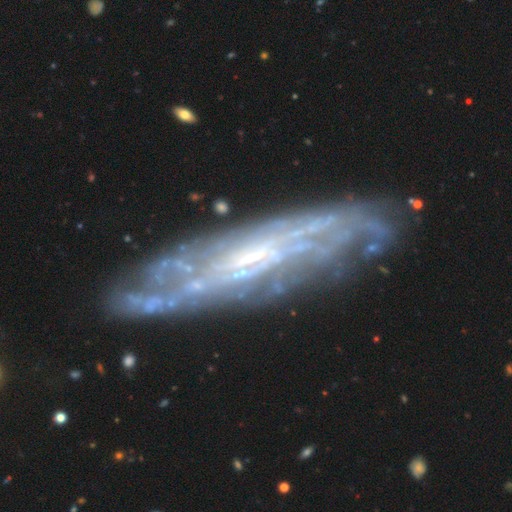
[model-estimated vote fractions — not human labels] A featured or disk galaxy (82%) with no bar (48%), spiral arms (85%) and a small central bulge (68%).

Vote fractions:
- Smooth or featured? featured or disk: 82% / smooth: 11% / star or artifact: 7%
- Edge-on disk? no: 67% / yes: 33%
- Bar? no: 48% / weak: 36% / strong: 16%
- Spiral arms? yes: 85% / no: 15%
- Bulge size? small: 68% / moderate: 18% / none: 11% / large: 2% / dominant: 1%
- Merging? none: 75% / minor disturbance: 16% / major disturbance: 6% / merger: 2%